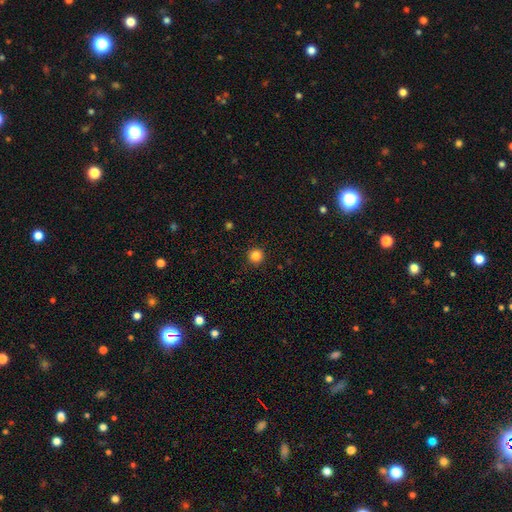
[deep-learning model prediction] A smooth galaxy with no disk features (84%) that is round (96%).

Vote fractions:
- Smooth or featured? smooth: 84% / star or artifact: 12% / featured or disk: 4%
- How rounded? round: 96% / in between: 3% / cigar-shaped: 1%
- Merging? none: 92% / minor disturbance: 5% / major disturbance: 2% / merger: 1%